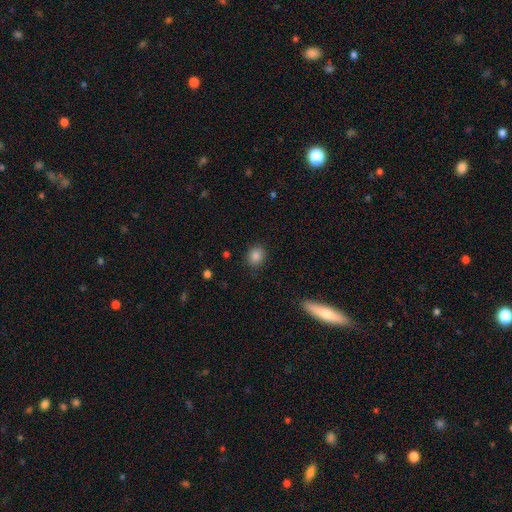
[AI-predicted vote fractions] Smooth or featured? smooth (85%)
How rounded? round (60%)
Merging? none (87%)